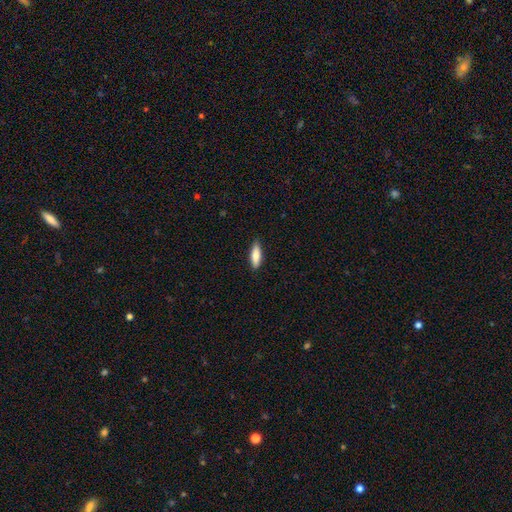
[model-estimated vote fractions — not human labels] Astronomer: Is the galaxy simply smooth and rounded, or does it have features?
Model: smooth — 81%.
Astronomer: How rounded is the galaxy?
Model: in between — 52% (runner-up: cigar-shaped, 47%).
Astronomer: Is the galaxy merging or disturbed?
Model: none — 88%.